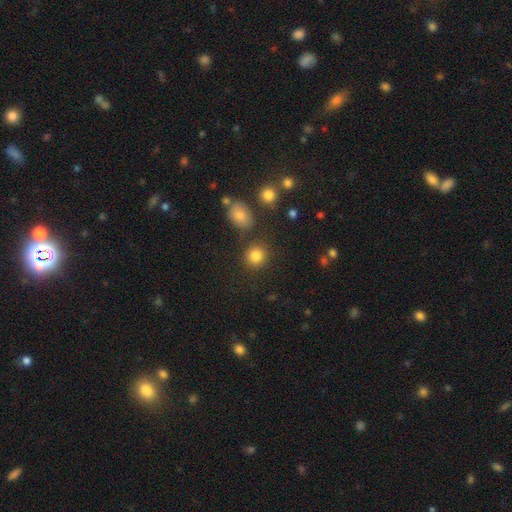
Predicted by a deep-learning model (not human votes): Q: Smooth or featured?
A: smooth (84%); runner-up: star or artifact (11%)
Q: How rounded?
A: round (88%); runner-up: in between (11%)
Q: Merging?
A: none (83%); runner-up: minor disturbance (8%)